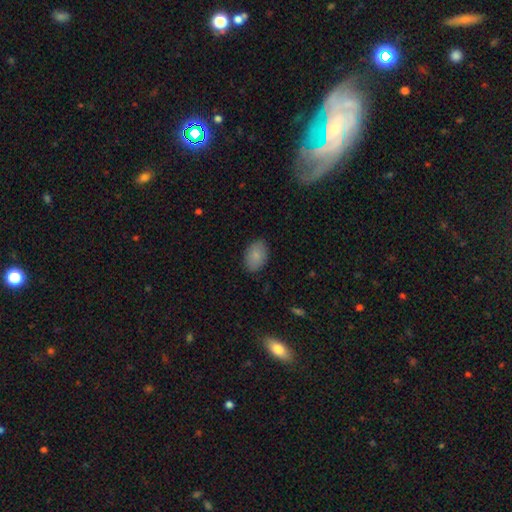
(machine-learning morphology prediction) smooth-or-featured: smooth: 86% | featured or disk: 7% | star or artifact: 7%
  how-rounded: in between: 88% | round: 11% | cigar-shaped: 1%
  merging: none: 85% | minor disturbance: 11% | major disturbance: 3% | merger: 1%